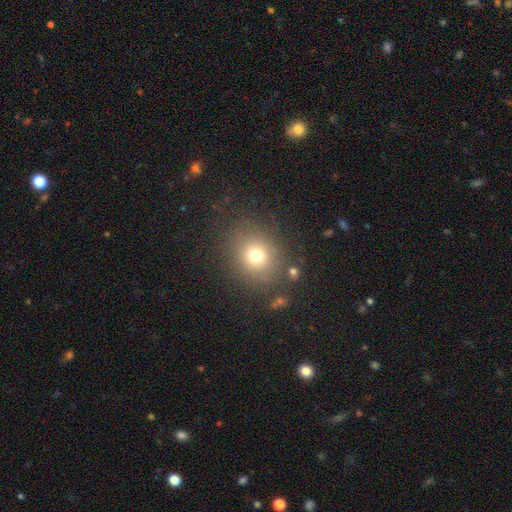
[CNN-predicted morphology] The model was most divided on "smooth or featured": smooth: 72%, star or artifact: 17%, featured or disk: 11%. More confident: merging — none (82%); how rounded — round (81%).